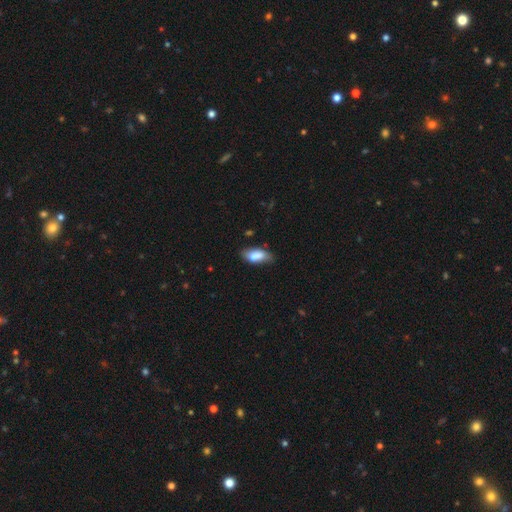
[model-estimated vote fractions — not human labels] Q: Smooth or featured?
A: smooth (80%); runner-up: featured or disk (13%)
Q: How rounded?
A: in between (86%); runner-up: cigar-shaped (11%)
Q: Merging?
A: none (62%); runner-up: minor disturbance (28%)